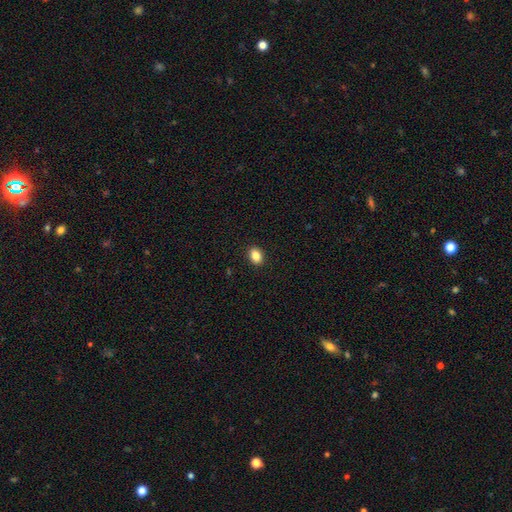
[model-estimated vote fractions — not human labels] A smooth galaxy with no disk features (85%) that is in between round and cigar-shaped (73%).

Vote fractions:
- Smooth or featured? smooth: 85% / star or artifact: 9% / featured or disk: 5%
- How rounded? in between: 73% / round: 26% / cigar-shaped: 1%
- Merging? none: 91% / minor disturbance: 6% / major disturbance: 2% / merger: 1%